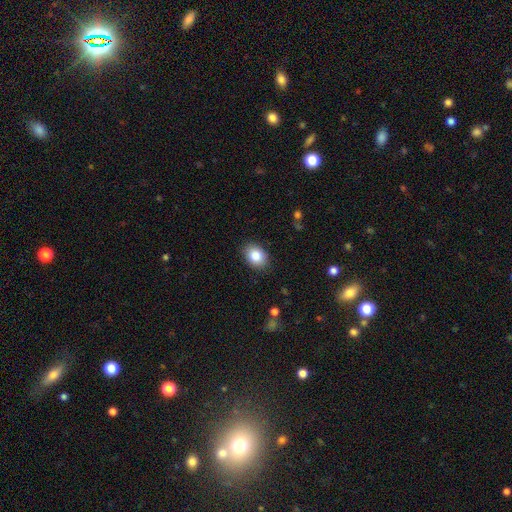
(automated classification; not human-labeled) This appears to be a smooth galaxy with no disk features (85%) that is in between round and cigar-shaped (69%). Merging: none (88%).